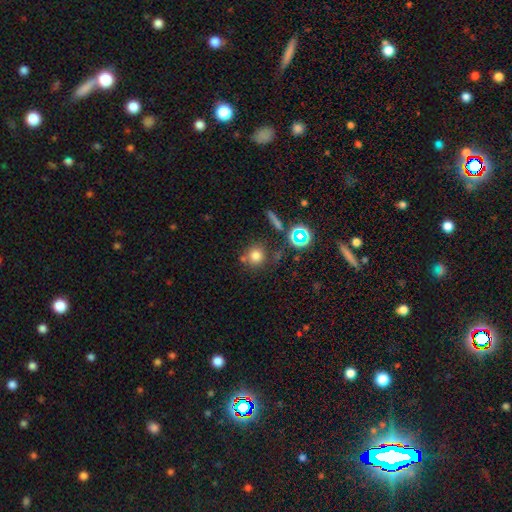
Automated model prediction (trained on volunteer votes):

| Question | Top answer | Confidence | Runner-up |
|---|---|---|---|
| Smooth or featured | smooth | 75% | star or artifact (16%) |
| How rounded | round | 90% | in between (8%) |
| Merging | none | 71% | merger (12%) |